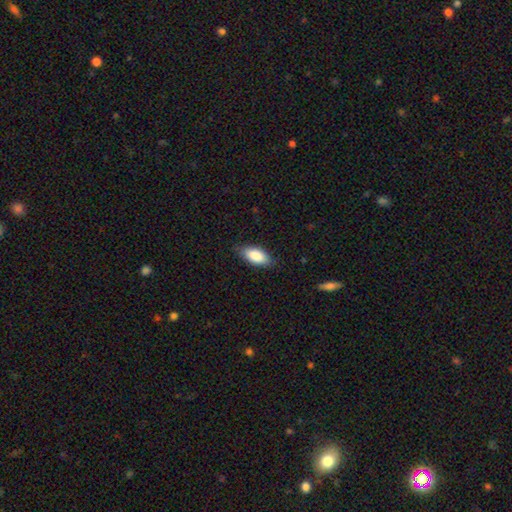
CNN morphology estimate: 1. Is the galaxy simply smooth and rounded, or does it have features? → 86% smooth, 8% featured or disk, 6% star or artifact.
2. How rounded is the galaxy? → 89% in between, 9% cigar-shaped, 2% round.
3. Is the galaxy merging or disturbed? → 81% none, 15% minor disturbance, 3% major disturbance, 1% merger.